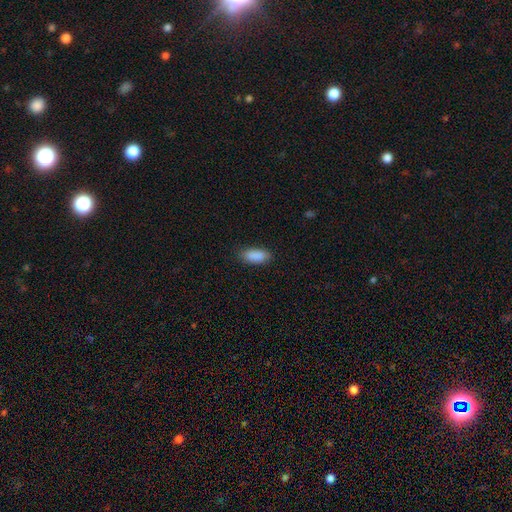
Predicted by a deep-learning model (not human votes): smooth-or-featured: smooth: 90% | star or artifact: 7% | featured or disk: 4%
  how-rounded: in between: 86% | cigar-shaped: 12% | round: 2%
  merging: none: 84% | minor disturbance: 13% | major disturbance: 3% | merger: 1%